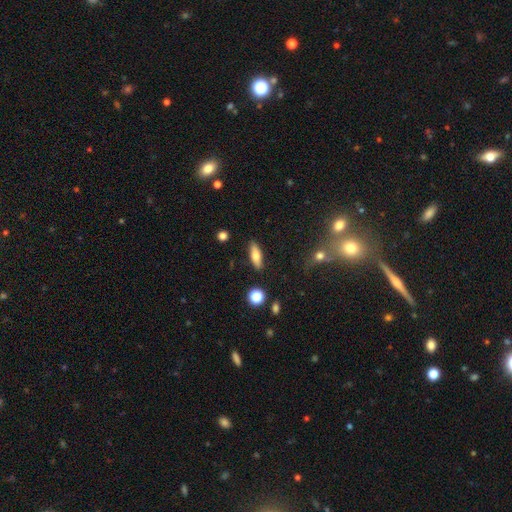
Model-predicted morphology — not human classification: Smooth or featured: smooth — 71% (featured or disk — 21%)
How rounded: in between — 58% (cigar-shaped — 39%)
Merging: none — 87% (minor disturbance — 9%)